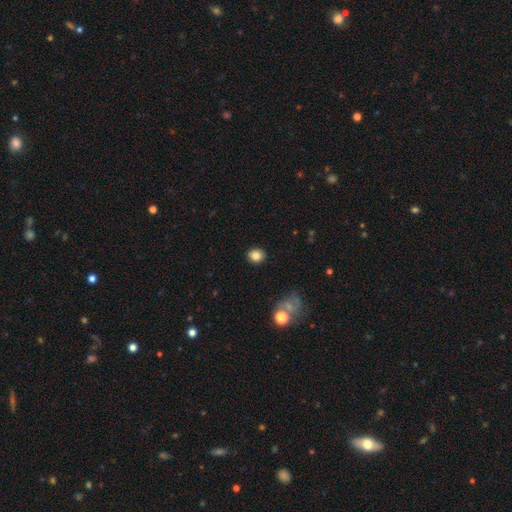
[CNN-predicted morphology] This appears to be a smooth galaxy with no disk features (84%) that is round (74%). Merging: none (90%).